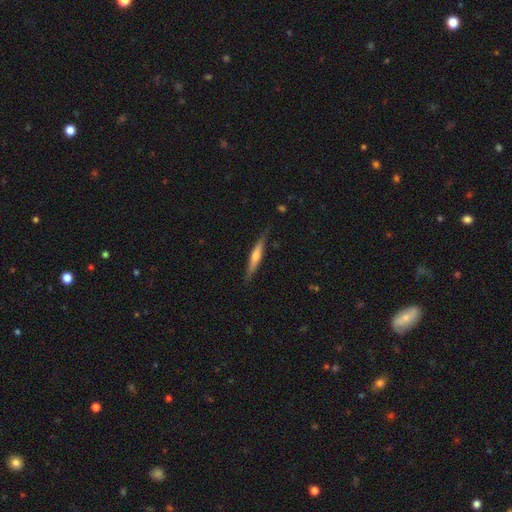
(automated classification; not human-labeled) A featured or disk galaxy (50%) viewed edge-on (95%). Merging: none (83%).